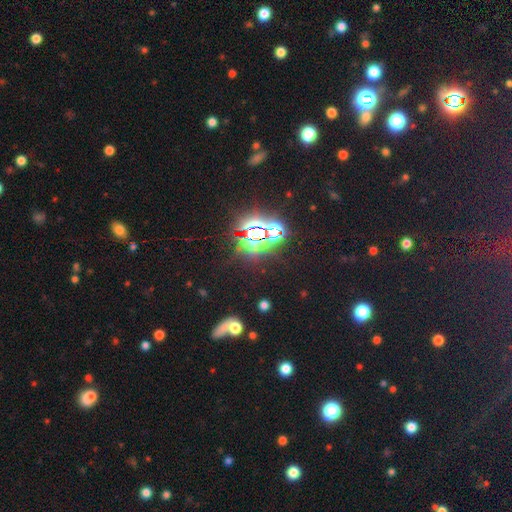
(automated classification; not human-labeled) smooth_or_featured: star or artifact (p=0.80) [alt: smooth p=0.13]